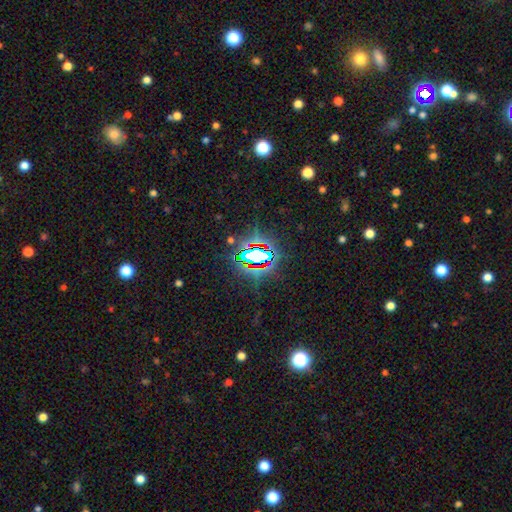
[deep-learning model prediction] This is likely a star or artifact rather than a galaxy (75%).